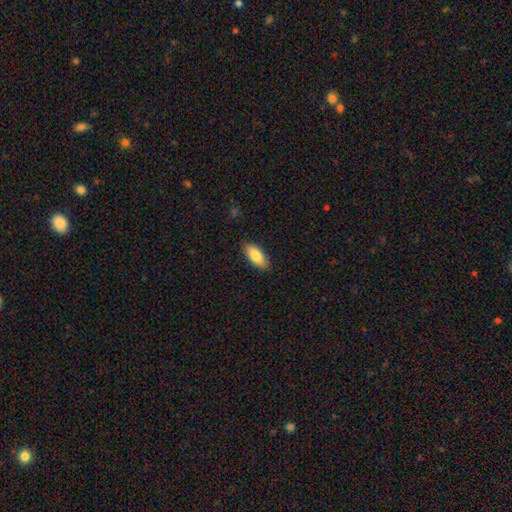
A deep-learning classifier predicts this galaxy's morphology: This is clearly a smooth galaxy (82%). How rounded: clearly in between (87%). Merging: clearly none (86%).